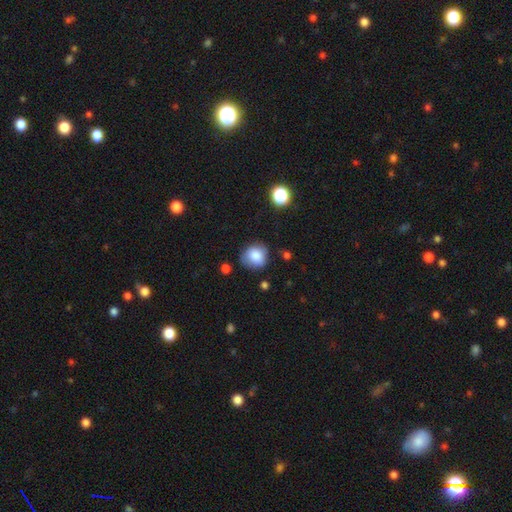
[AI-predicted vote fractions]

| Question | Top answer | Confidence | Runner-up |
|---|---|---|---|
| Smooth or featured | smooth | 81% | star or artifact (9%) |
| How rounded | round | 81% | in between (18%) |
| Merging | none | 72% | minor disturbance (20%) |